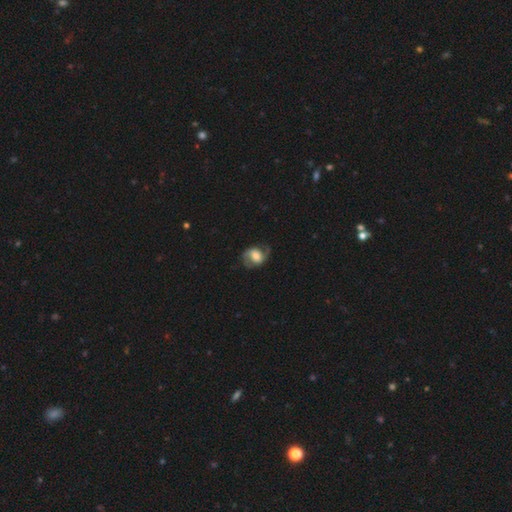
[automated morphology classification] smooth_or_featured: featured or disk (p=0.66) [alt: smooth p=0.27]
disk_edge_on: no (p=0.97) [alt: yes p=0.03]
bar: no (p=0.44) [alt: weak p=0.39]
has_spiral_arms: yes (p=0.90) [alt: no p=0.10]
spiral_winding: medium (p=0.47) [alt: loose p=0.33]
spiral_arm_count: 2 (p=0.87) [alt: can't tell p=0.05]
bulge_size: moderate (p=0.43) [alt: large p=0.30]
merging: none (p=0.68) [alt: minor disturbance p=0.19]